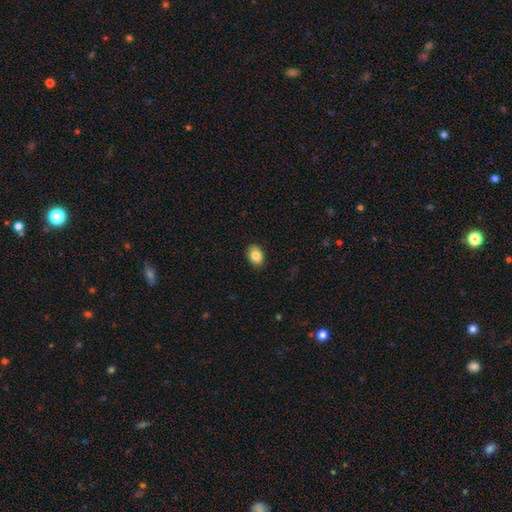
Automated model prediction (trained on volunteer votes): Morphology: type=smooth (85%); roundness=in between (79%); merging=none (89%).